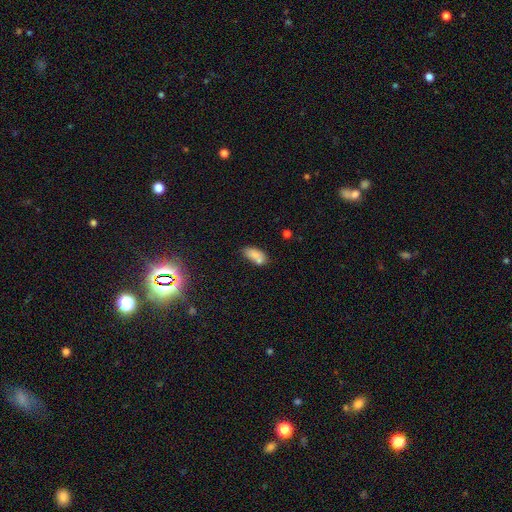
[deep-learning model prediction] smooth 78%, featured or disk 12%, star or artifact 10%. Down the decision tree: how rounded — in between (85%); merging — none (52%).